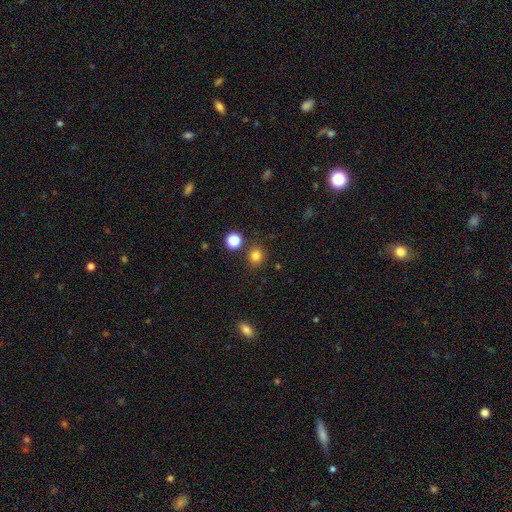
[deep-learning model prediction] Overall: smooth (81%). How rounded: round (84%). Merging: none (83%).